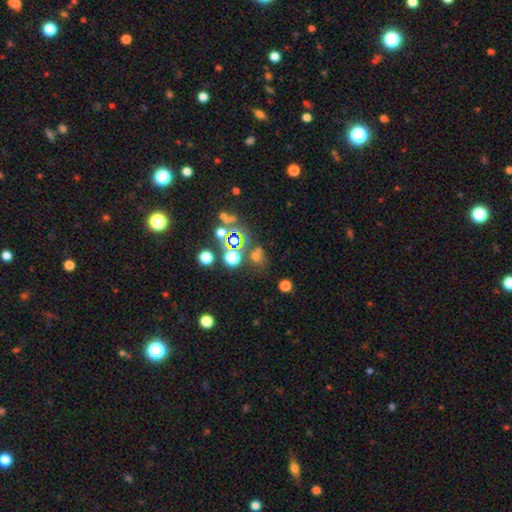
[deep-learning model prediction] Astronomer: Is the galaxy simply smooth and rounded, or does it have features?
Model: smooth — 50% (runner-up: star or artifact, 39%).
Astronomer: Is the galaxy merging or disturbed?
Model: none — 61%.